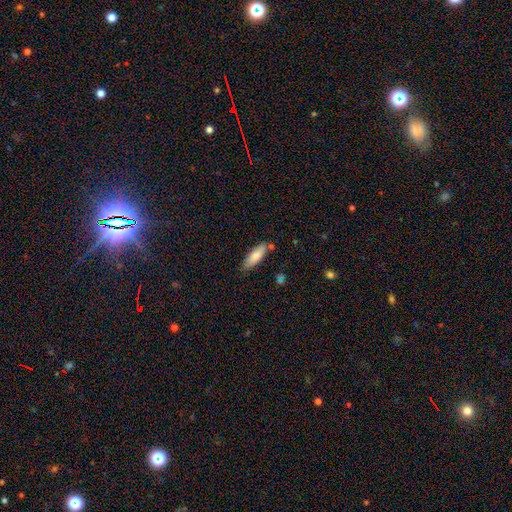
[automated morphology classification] Smooth or featured? smooth (78%)
How rounded? in between (52%)
Merging? none (77%)